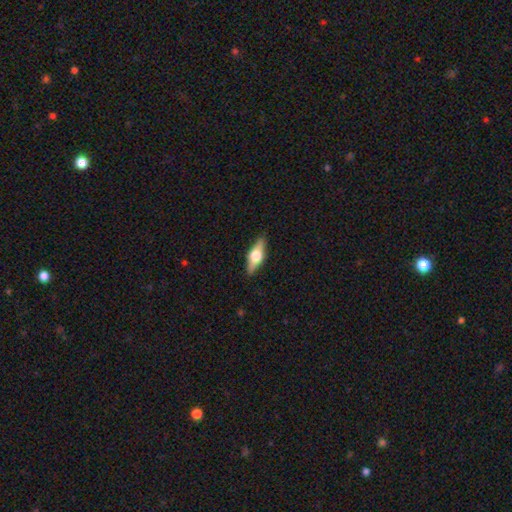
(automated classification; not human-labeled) Q: Smooth or featured?
A: featured or disk (59%); runner-up: smooth (35%)
Q: Edge-on disk?
A: yes (94%); runner-up: no (6%)
Q: Edge-on bulge?
A: rounded (94%); runner-up: boxy (5%)
Q: Merging?
A: none (88%); runner-up: minor disturbance (9%)